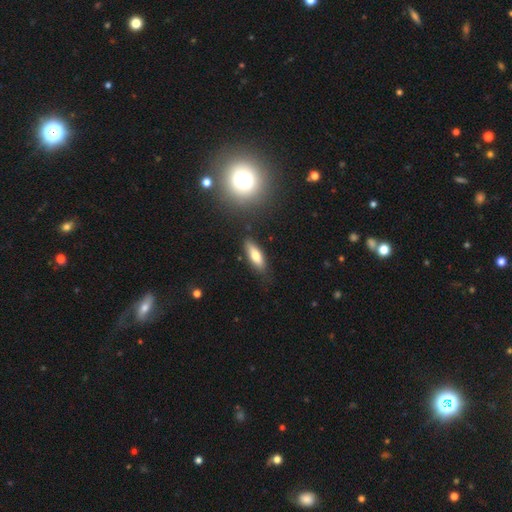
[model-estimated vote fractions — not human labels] The model was most divided on "how rounded": in between: 55%, cigar-shaped: 43%, round: 2%. More confident: merging — none (81%); smooth or featured — smooth (71%).